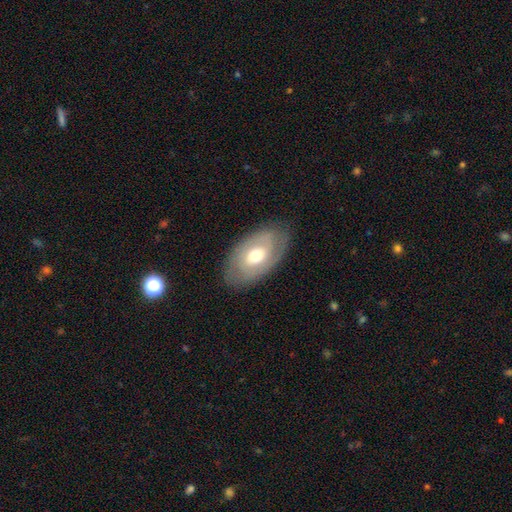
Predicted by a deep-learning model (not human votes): Smooth or featured? Predicted: featured or disk (p=0.52). Edge-on disk? Predicted: no (p=0.89). Merging? Predicted: none (p=0.80).